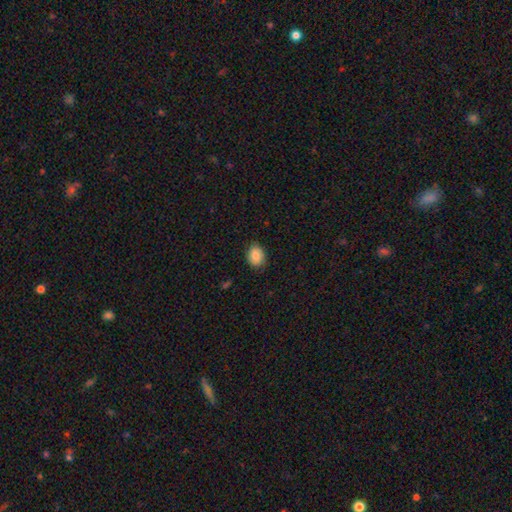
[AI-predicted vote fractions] Morphology: type=smooth (82%); roundness=in between (55%); merging=none (85%).